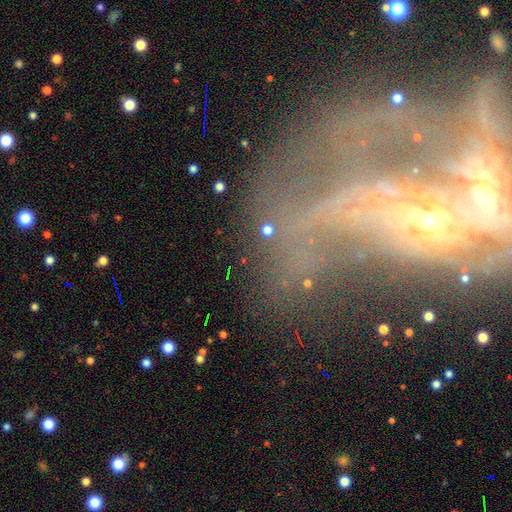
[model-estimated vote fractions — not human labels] Smooth or featured?
  - featured or disk: 68% *
  - star or artifact: 19%
  - smooth: 13%
Edge-on disk?
  - no: 92% *
  - yes: 8%
Bar?
  - no: 60% *
  - weak: 25%
  - strong: 16%
Spiral arms?
  - yes: 57% *
  - no: 43%
Bulge size?
  - small: 53% *
  - moderate: 29%
  - none: 11%
  - large: 4%
  - dominant: 3%
Merging?
  - major disturbance: 39% *
  - none: 25%
  - merger: 23%
  - minor disturbance: 13%